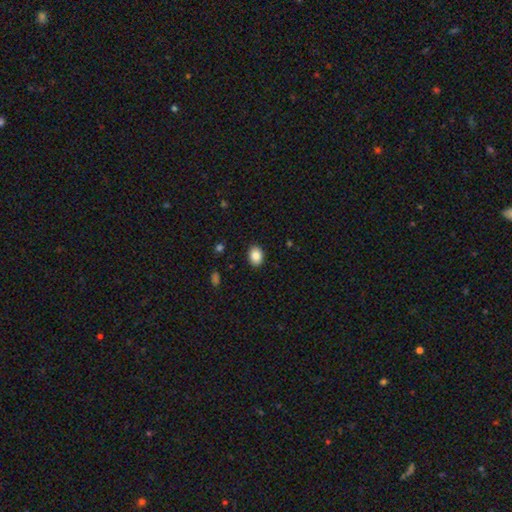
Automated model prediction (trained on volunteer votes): The model was most divided on "how rounded": in between: 70%, round: 29%, cigar-shaped: 1%. More confident: merging — none (89%); smooth or featured — smooth (88%).